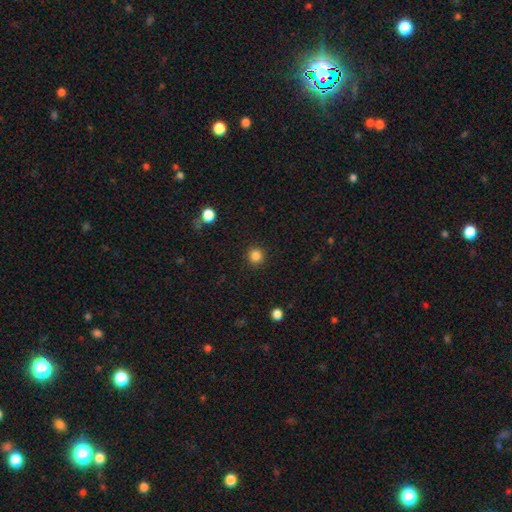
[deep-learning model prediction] This is clearly a smooth galaxy (85%). How rounded: clearly round (93%). Merging: clearly none (91%).